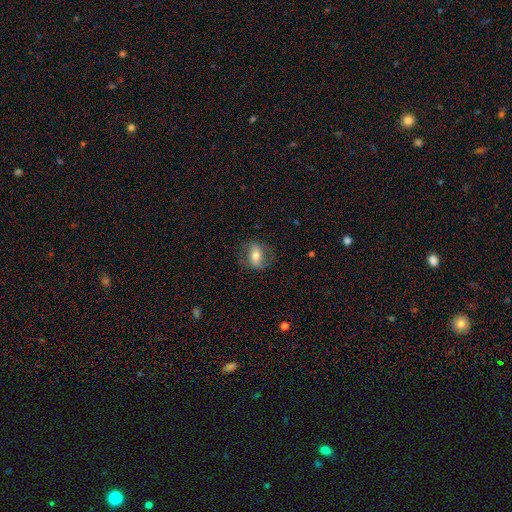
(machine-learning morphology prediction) The model was most divided on "smooth or featured": featured or disk: 47%, smooth: 45%, star or artifact: 8%. More confident: merging — none (74%).